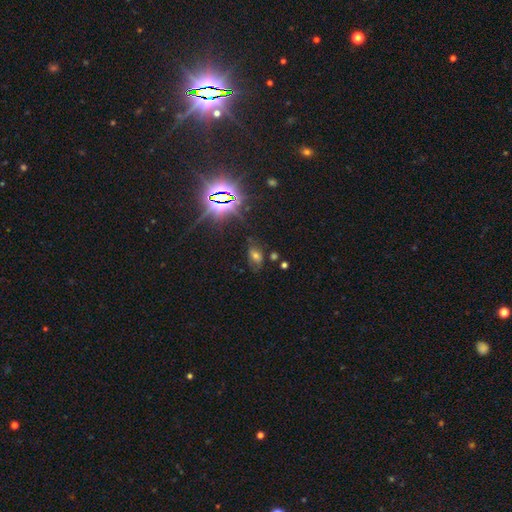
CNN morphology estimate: This is marginally a smooth galaxy (42%). Merging: likely none (67%).